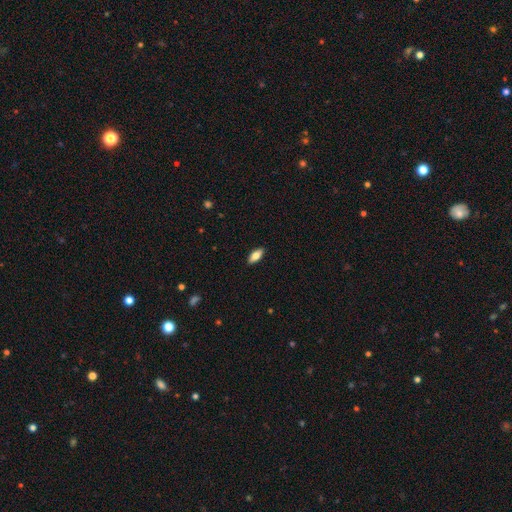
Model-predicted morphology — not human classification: Q: Smooth or featured?
A: smooth (78%); runner-up: featured or disk (16%)
Q: How rounded?
A: in between (84%); runner-up: cigar-shaped (14%)
Q: Merging?
A: none (90%); runner-up: minor disturbance (8%)